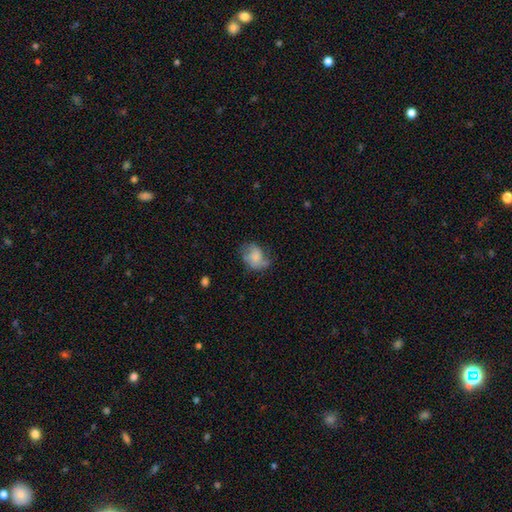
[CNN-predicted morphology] Q: Smooth or featured?
A: smooth (60%); runner-up: featured or disk (31%)
Q: How rounded?
A: in between (61%); runner-up: round (38%)
Q: Merging?
A: none (47%); runner-up: minor disturbance (30%)